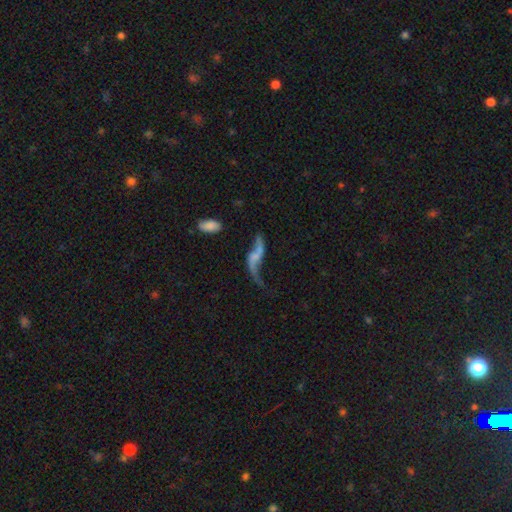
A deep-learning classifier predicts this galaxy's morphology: A featured or disk galaxy (79%) with no bar (51%), 2 (87%) loose (94%) spiral arms (88%) and no central bulge (53%). Merging: none (44%).